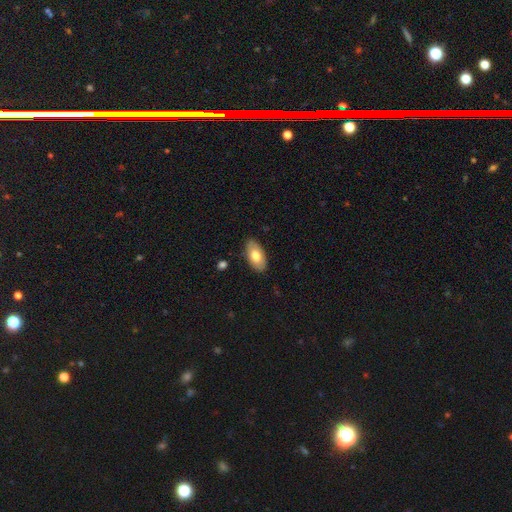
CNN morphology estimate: smooth-or-featured: smooth: 68% | featured or disk: 26% | star or artifact: 6%
  how-rounded: in between: 94% | round: 3% | cigar-shaped: 2%
  merging: none: 85% | minor disturbance: 12% | major disturbance: 2% | merger: 1%